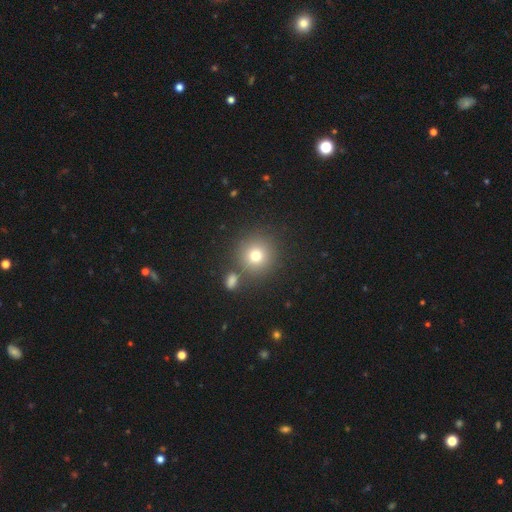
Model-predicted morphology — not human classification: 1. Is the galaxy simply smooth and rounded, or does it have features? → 76% smooth, 14% star or artifact, 10% featured or disk.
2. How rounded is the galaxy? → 93% round, 6% in between, 1% cigar-shaped.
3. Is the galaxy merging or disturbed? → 78% none, 11% merger, 8% minor disturbance, 3% major disturbance.